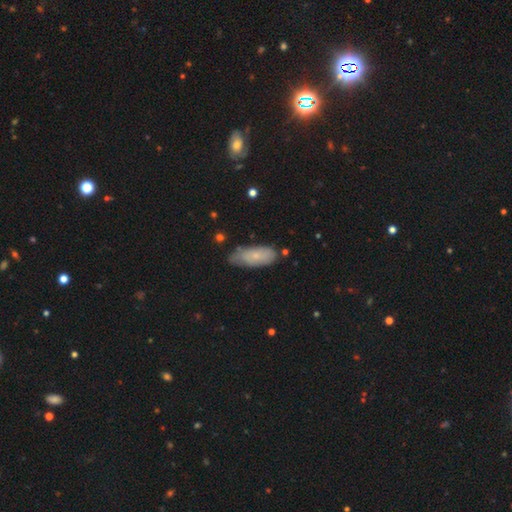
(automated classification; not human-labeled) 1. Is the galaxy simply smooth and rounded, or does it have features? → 69% smooth, 24% featured or disk, 7% star or artifact.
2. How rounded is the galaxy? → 79% in between, 18% cigar-shaped, 2% round.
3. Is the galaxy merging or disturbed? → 64% none, 28% minor disturbance, 5% major disturbance, 3% merger.